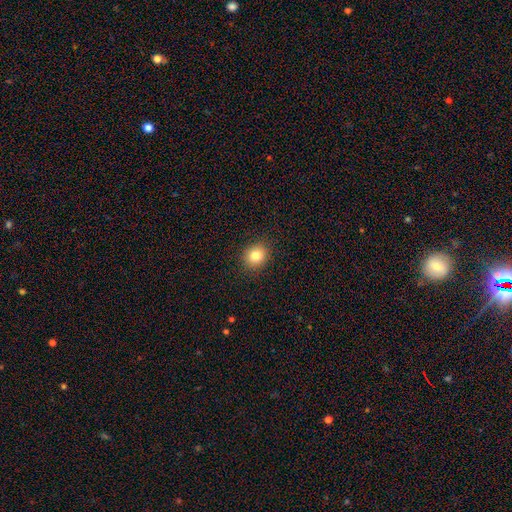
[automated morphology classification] type=smooth (84%); roundness=round (70%); merging=none (90%).